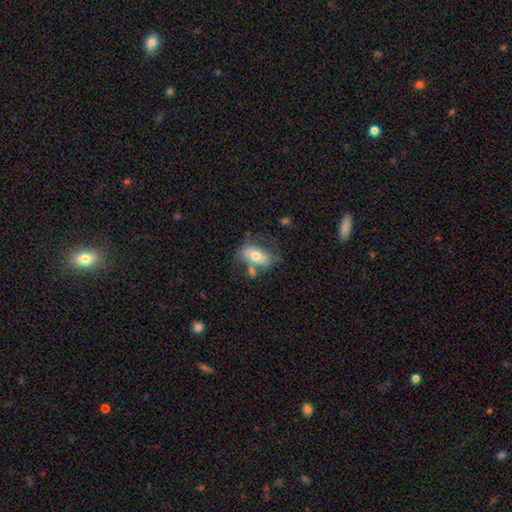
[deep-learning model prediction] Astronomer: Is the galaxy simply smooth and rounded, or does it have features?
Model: smooth — 59% (runner-up: featured or disk, 34%).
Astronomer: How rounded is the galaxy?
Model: in between — 87%.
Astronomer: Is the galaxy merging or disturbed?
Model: none — 47%.